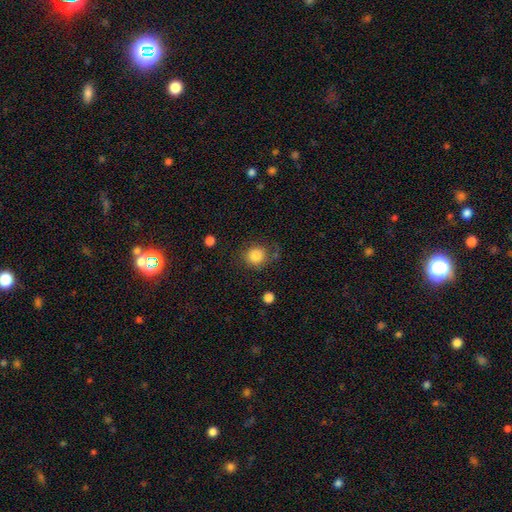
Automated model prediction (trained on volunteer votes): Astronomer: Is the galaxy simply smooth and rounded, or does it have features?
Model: smooth — 84%.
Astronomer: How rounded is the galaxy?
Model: round — 86%.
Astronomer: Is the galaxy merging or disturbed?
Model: none — 76%.